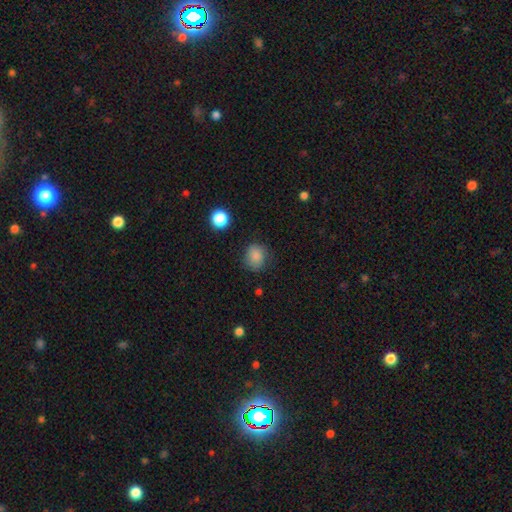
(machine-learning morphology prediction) A smooth galaxy with no disk features (84%) that is round (70%).

Vote fractions:
- Smooth or featured? smooth: 84% / star or artifact: 10% / featured or disk: 6%
- How rounded? round: 70% / in between: 29% / cigar-shaped: 1%
- Merging? none: 75% / minor disturbance: 19% / major disturbance: 5% / merger: 2%